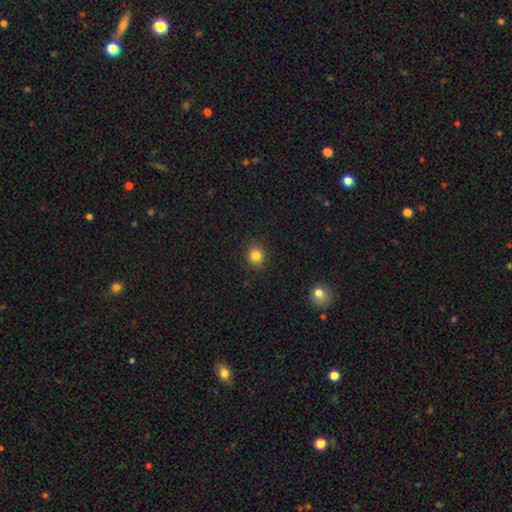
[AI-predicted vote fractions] Smooth or featured: smooth — 83% (star or artifact — 12%)
How rounded: round — 88% (in between — 11%)
Merging: none — 91% (minor disturbance — 6%)